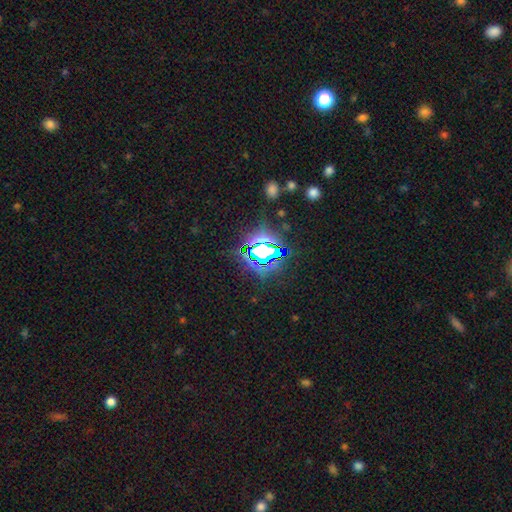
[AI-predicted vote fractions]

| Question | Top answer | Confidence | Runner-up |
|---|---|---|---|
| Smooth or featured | star or artifact | 75% | smooth (15%) |